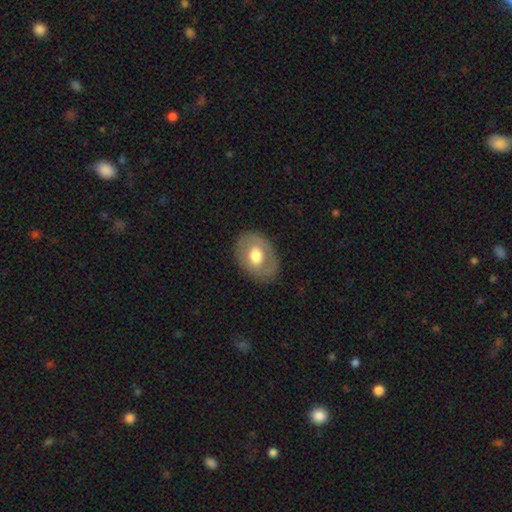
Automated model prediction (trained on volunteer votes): smooth_or_featured: smooth (p=0.59) [alt: featured or disk p=0.34]
how_rounded: in between (p=0.70) [alt: round p=0.30]
merging: none (p=0.81) [alt: minor disturbance p=0.13]